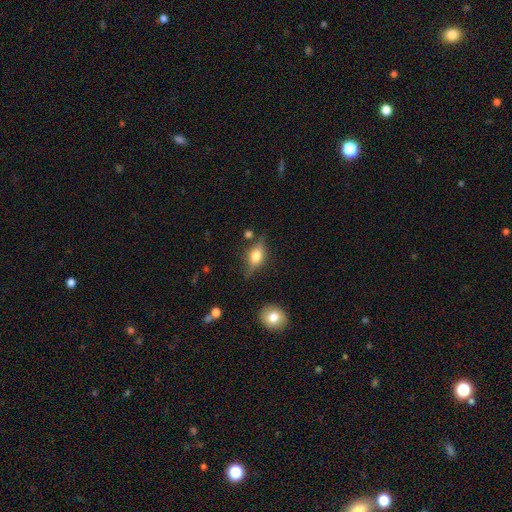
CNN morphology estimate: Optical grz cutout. It shows a smooth galaxy with no disk features (50%). Merging: none (70%).